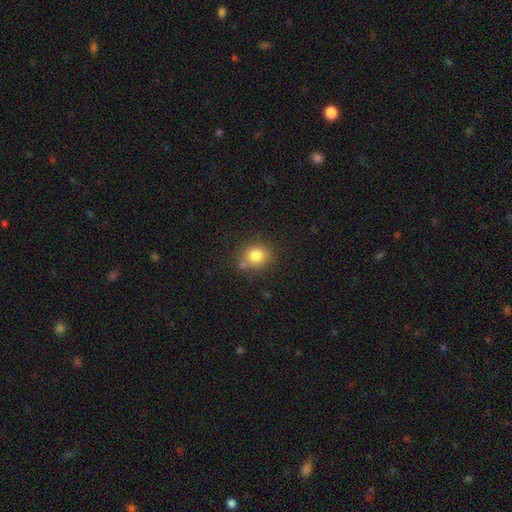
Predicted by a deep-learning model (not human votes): Morphology: type=smooth (82%); roundness=round (76%); merging=none (72%).